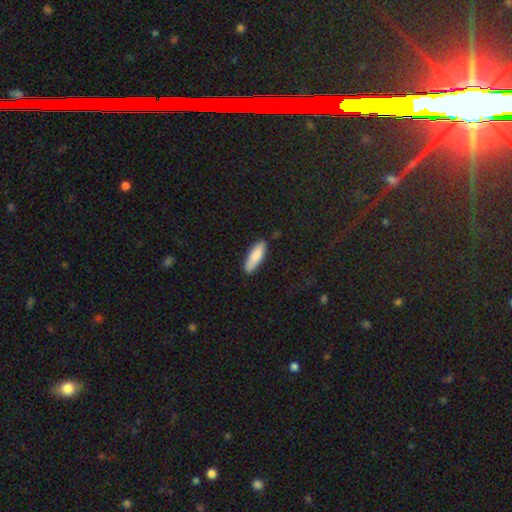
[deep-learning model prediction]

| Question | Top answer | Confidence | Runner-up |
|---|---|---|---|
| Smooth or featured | smooth | 85% | featured or disk (9%) |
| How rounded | cigar-shaped | 52% | in between (47%) |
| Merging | none | 84% | minor disturbance (13%) |